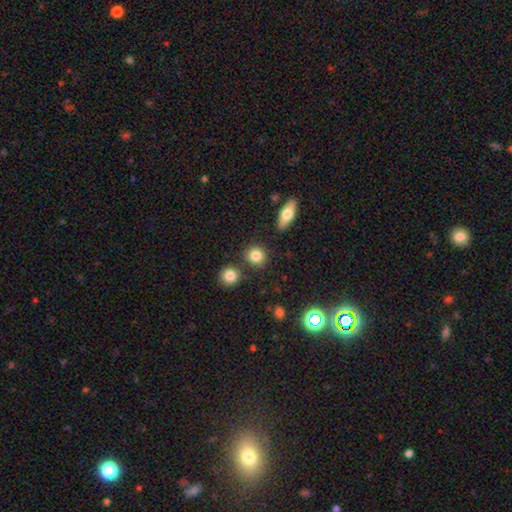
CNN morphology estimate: A smooth galaxy with no disk features (83%) that is round (84%). Merging: none (83%).